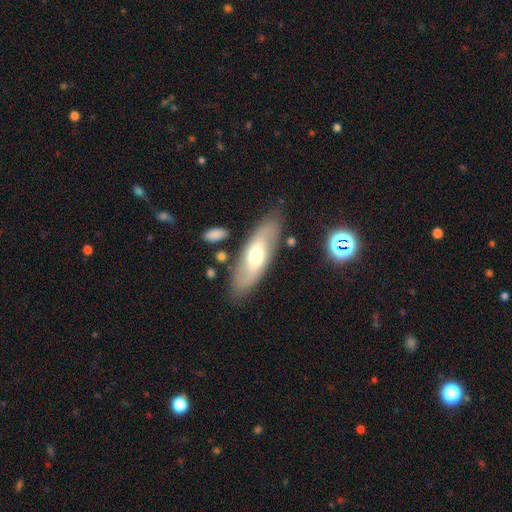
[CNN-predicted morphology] The model was most divided on "smooth or featured": smooth: 48%, featured or disk: 46%, star or artifact: 7%. More confident: merging — none (79%).